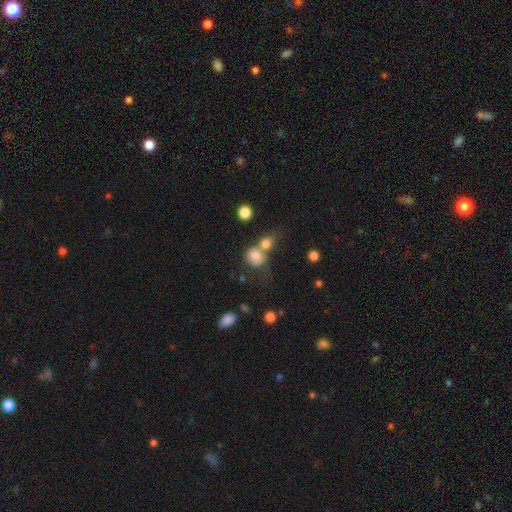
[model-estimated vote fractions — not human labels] Smooth or featured?
  - smooth: 79% *
  - featured or disk: 11%
  - star or artifact: 10%
How rounded?
  - round: 74% *
  - in between: 25%
  - cigar-shaped: 1%
Merging?
  - merger: 49% *
  - none: 32%
  - minor disturbance: 11%
  - major disturbance: 8%